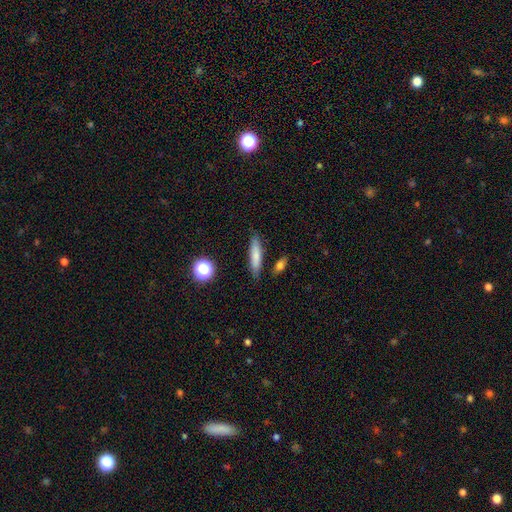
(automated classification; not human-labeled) A smooth galaxy with no disk features (77%) that is cigar-shaped (77%). Merging: none (84%).